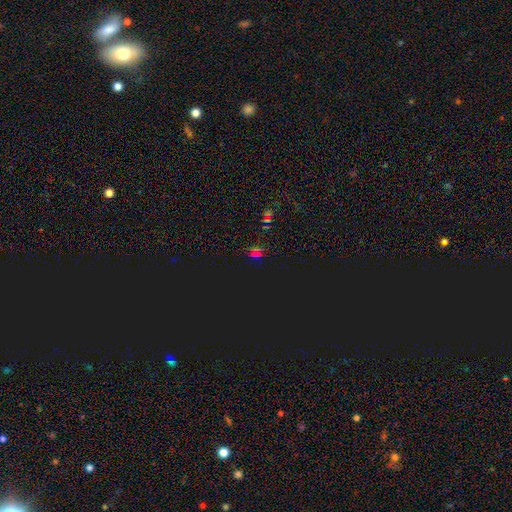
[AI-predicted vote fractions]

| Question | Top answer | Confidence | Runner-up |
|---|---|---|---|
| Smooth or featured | star or artifact | 76% | smooth (16%) |